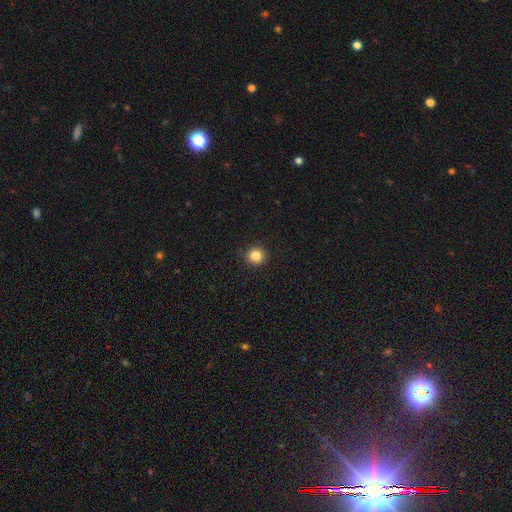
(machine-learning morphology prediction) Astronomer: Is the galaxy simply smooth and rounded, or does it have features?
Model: smooth — 84%.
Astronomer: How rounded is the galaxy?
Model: round — 94%.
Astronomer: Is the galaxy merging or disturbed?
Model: none — 92%.